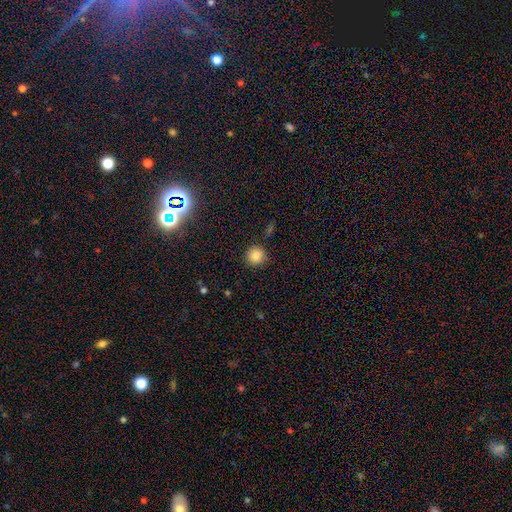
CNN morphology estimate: A smooth galaxy with no disk features (84%) that is round (94%).

Vote fractions:
- Smooth or featured? smooth: 84% / star or artifact: 12% / featured or disk: 5%
- How rounded? round: 94% / in between: 5% / cigar-shaped: 1%
- Merging? none: 87% / minor disturbance: 8% / major disturbance: 2% / merger: 2%